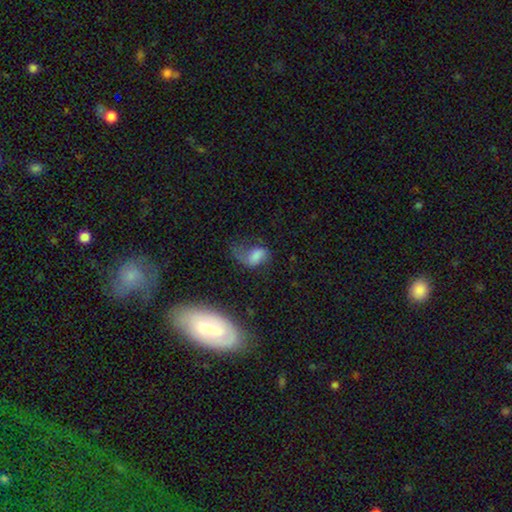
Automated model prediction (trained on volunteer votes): A smooth galaxy with no disk features (59%) that is in between round and cigar-shaped (83%). Merging: major disturbance (39%).